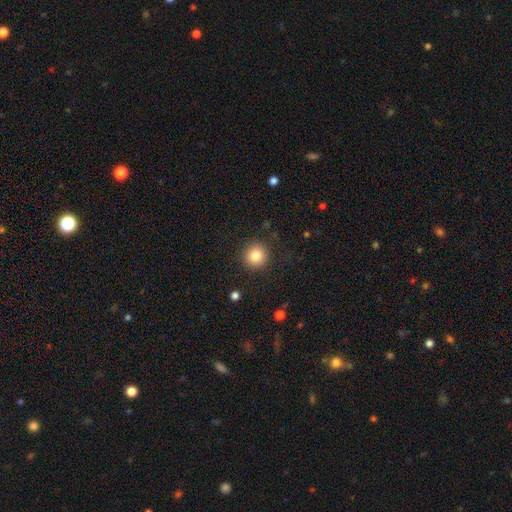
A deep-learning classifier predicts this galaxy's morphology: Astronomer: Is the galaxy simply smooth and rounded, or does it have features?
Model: smooth — 81%.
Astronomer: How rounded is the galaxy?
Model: round — 93%.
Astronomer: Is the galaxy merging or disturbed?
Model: none — 90%.